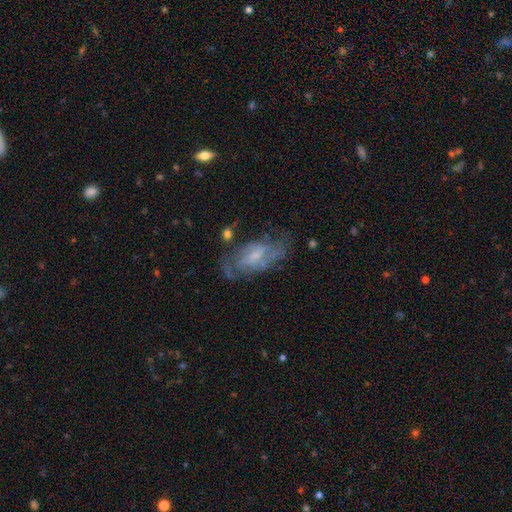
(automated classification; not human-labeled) Smooth or featured? featured or disk (69%)
Edge-on disk? no (92%)
Bar? weak (48%)
Spiral arms? yes (77%)
Bulge size? small (51%)
Merging? none (55%)